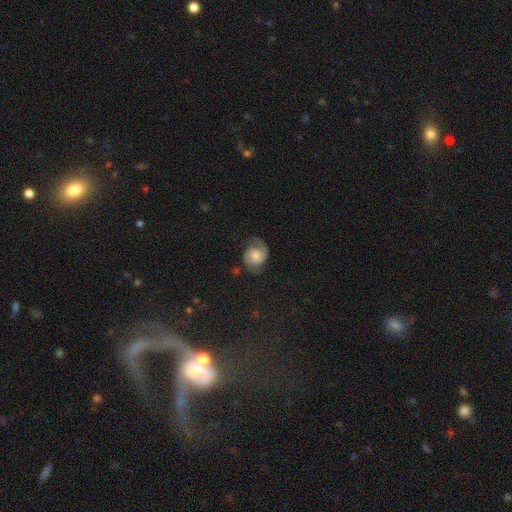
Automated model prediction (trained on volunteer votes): Smooth or featured: featured or disk — 69% (smooth — 23%)
Edge-on disk: no — 98% (yes — 2%)
Bar: no — 68% (weak — 27%)
Spiral arms: yes — 94% (no — 6%)
Spiral winding: medium — 46% (tight — 29%)
Spiral arm count: 2 — 86% (1 — 6%)
Bulge size: moderate — 40% (small — 27%)
Merging: none — 64% (minor disturbance — 22%)